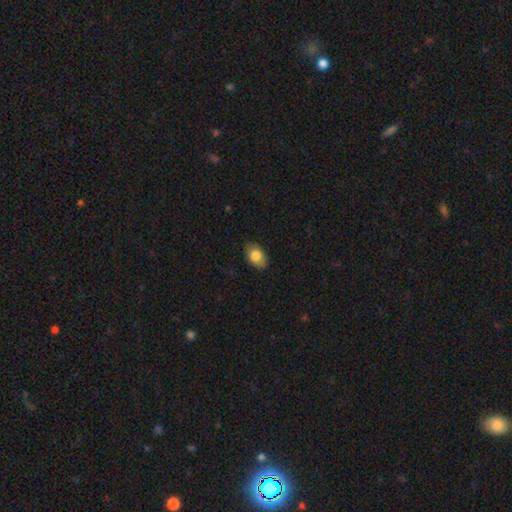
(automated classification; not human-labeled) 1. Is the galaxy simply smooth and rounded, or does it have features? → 81% smooth, 12% featured or disk, 7% star or artifact.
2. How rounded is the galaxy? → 88% in between, 11% round, 1% cigar-shaped.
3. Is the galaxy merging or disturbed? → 84% none, 13% minor disturbance, 2% major disturbance, 1% merger.